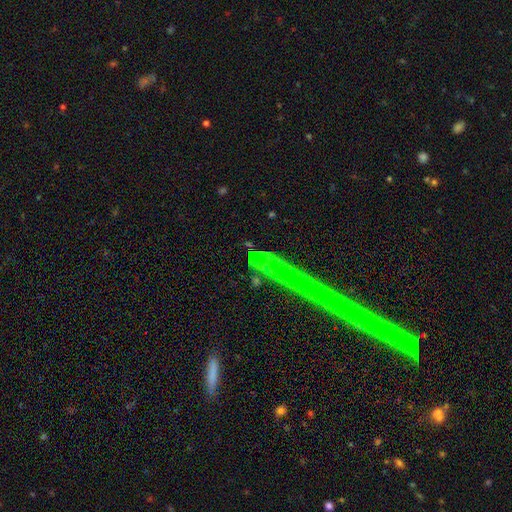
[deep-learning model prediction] smooth-or-featured: smooth: 40% | featured or disk: 33% | star or artifact: 28%
  merging: none: 63% | minor disturbance: 18% | major disturbance: 10% | merger: 9%